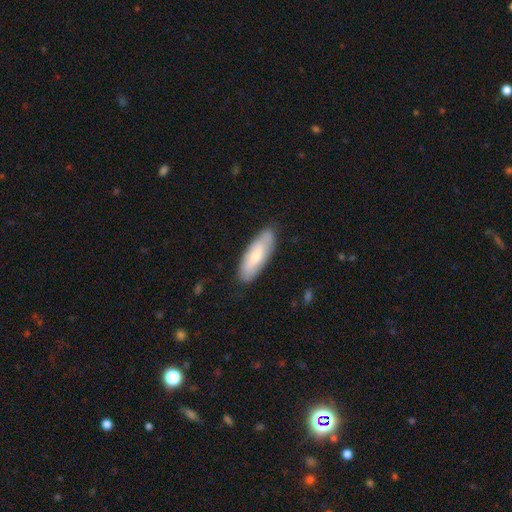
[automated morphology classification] Q: Smooth or featured?
A: smooth (62%); runner-up: featured or disk (33%)
Q: How rounded?
A: in between (64%); runner-up: cigar-shaped (35%)
Q: Merging?
A: none (81%); runner-up: minor disturbance (15%)